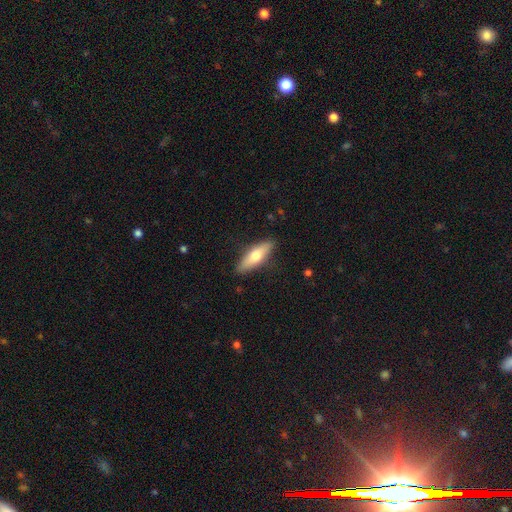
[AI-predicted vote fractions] Morphology: type=smooth (60%); roundness=cigar-shaped (52%); merging=none (86%).